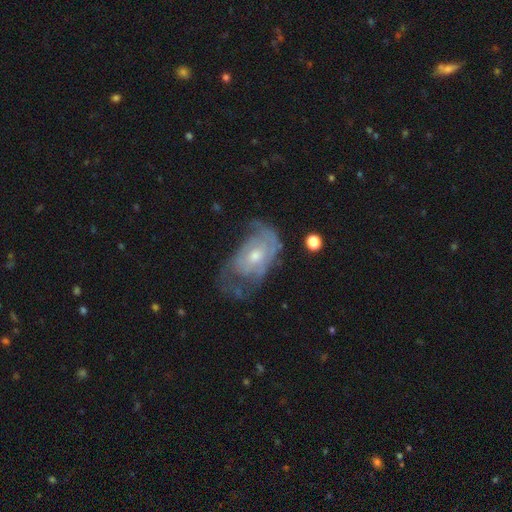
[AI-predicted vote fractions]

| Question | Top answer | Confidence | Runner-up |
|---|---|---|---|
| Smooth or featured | featured or disk | 71% | smooth (22%) |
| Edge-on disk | no | 95% | yes (5%) |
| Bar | no | 74% | weak (22%) |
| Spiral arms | yes | 68% | no (32%) |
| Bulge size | moderate | 54% | small (39%) |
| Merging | none | 37% | major disturbance (33%) |